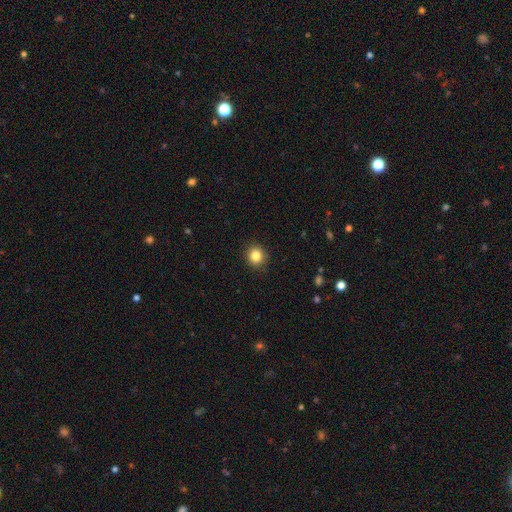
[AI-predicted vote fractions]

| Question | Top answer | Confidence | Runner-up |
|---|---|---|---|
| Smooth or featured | smooth | 85% | star or artifact (11%) |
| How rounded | round | 86% | in between (13%) |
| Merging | none | 90% | minor disturbance (7%) |